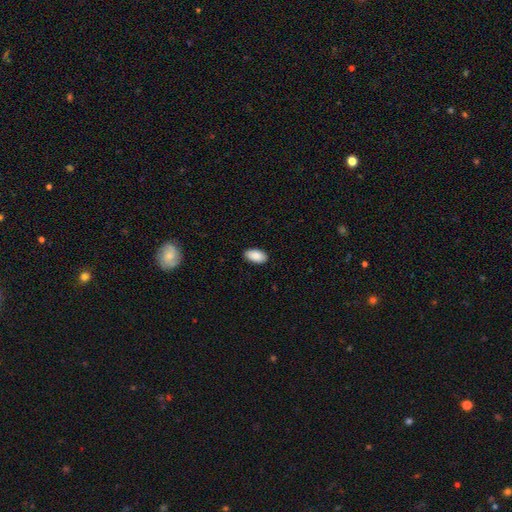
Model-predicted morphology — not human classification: Smooth or featured? smooth (90%)
How rounded? in between (95%)
Merging? none (89%)